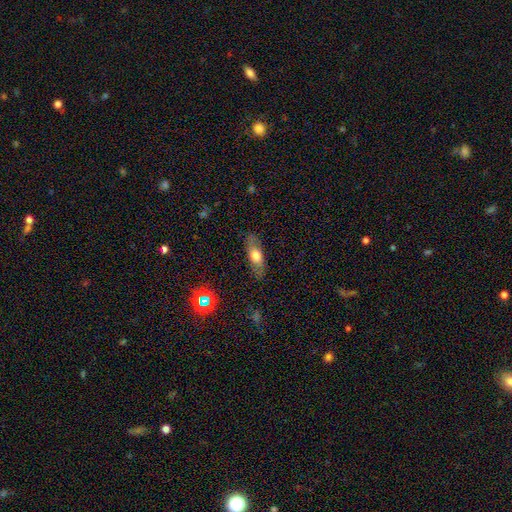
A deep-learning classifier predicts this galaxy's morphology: A smooth galaxy with no disk features (62%) that is in between round and cigar-shaped (63%). Merging: none (82%).